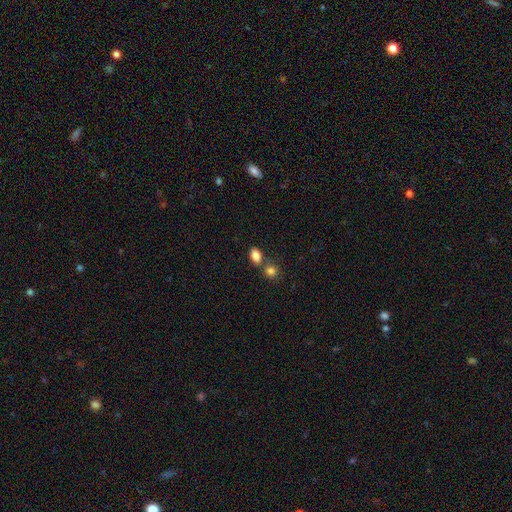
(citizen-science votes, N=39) smooth_or_featured: smooth (p=0.92) [alt: star or artifact p=0.05]
how_rounded: in between (p=0.92) [alt: round p=0.08]
merging: none (p=0.59) [alt: merger p=0.32]